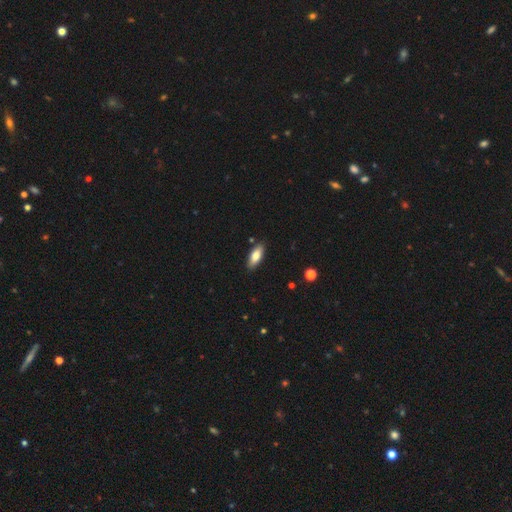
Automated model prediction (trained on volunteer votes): The model was most divided on "how rounded": in between: 76%, cigar-shaped: 23%, round: 2%. More confident: merging — none (87%); smooth or featured — smooth (79%).